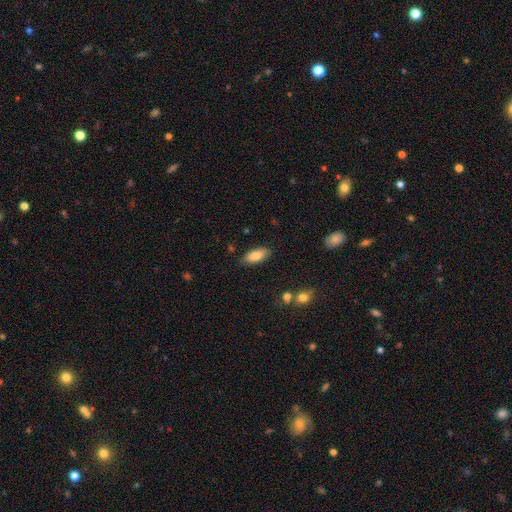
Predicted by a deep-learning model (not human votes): Smooth or featured? Predicted: smooth (p=0.82). How rounded? Predicted: in between (p=0.86). Merging? Predicted: none (p=0.85).